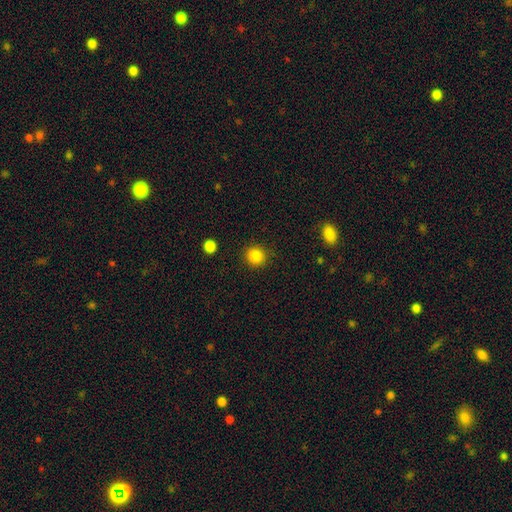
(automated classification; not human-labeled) A smooth galaxy with no disk features (86%) that is round (91%).

Vote fractions:
- Smooth or featured? smooth: 86% / star or artifact: 11% / featured or disk: 4%
- How rounded? round: 91% / in between: 8% / cigar-shaped: 1%
- Merging? none: 90% / minor disturbance: 6% / major disturbance: 2% / merger: 1%